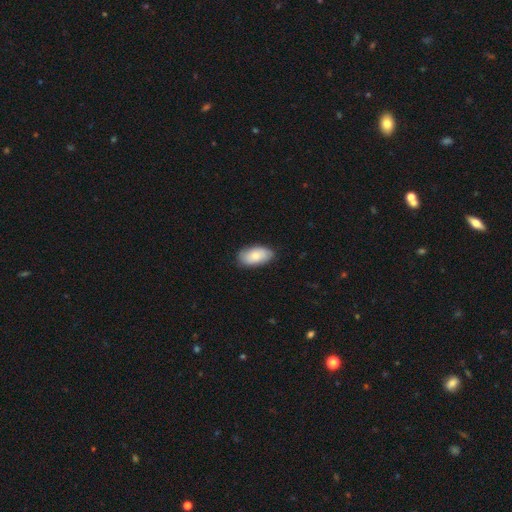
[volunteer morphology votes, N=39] Smooth or featured? 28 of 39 (72%) said smooth. How rounded? 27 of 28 (96%) said in between. Merging? 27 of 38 (71%) said none.